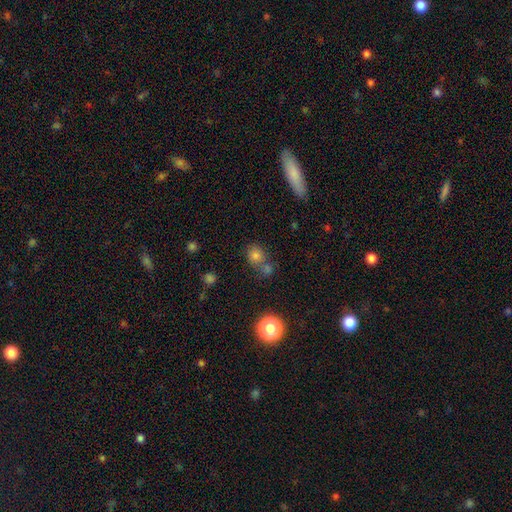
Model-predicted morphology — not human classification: A smooth galaxy with no disk features (75%) that is round (72%).

Vote fractions:
- Smooth or featured? smooth: 75% / star or artifact: 16% / featured or disk: 9%
- How rounded? round: 72% / in between: 27% / cigar-shaped: 1%
- Merging? none: 51% / merger: 34% / minor disturbance: 11% / major disturbance: 4%